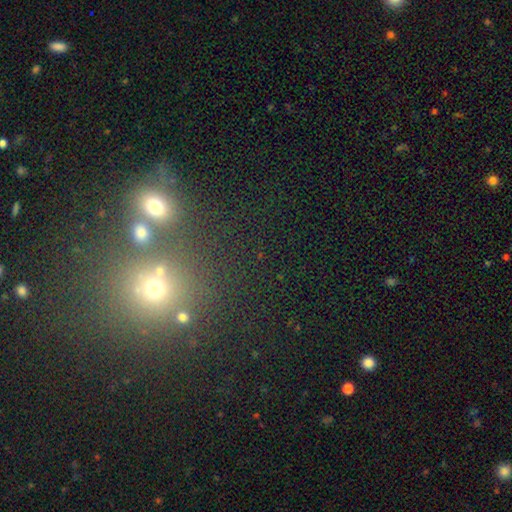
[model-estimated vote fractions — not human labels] Smooth or featured? star or artifact (52%)